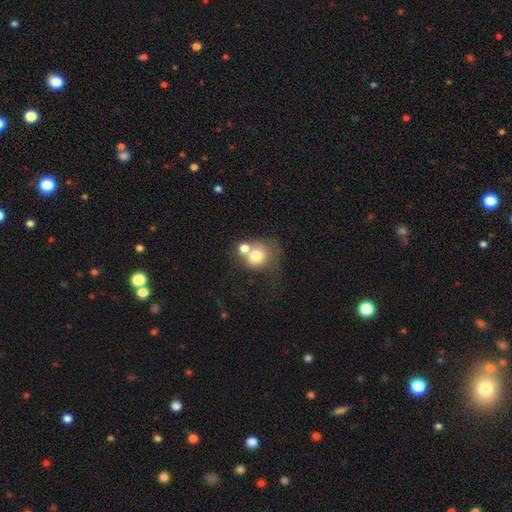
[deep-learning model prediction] Morphology: type=smooth (73%); roundness=round (78%); merging=merger (51%).